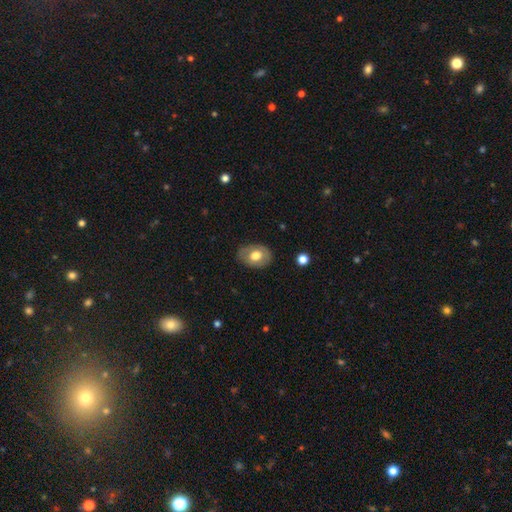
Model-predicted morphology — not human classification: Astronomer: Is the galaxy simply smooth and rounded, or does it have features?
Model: smooth — 64%.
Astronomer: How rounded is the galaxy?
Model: in between — 72%.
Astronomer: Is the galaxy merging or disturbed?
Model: none — 81%.